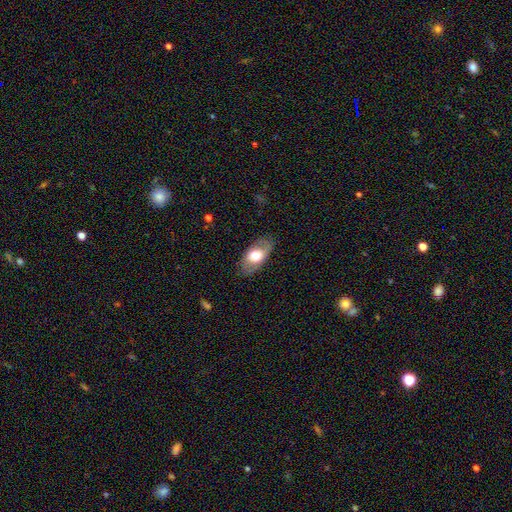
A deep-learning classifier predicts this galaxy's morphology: smooth-or-featured: smooth: 57% | featured or disk: 37% | star or artifact: 6%
  how-rounded: in between: 92% | round: 5% | cigar-shaped: 3%
  merging: none: 82% | minor disturbance: 13% | major disturbance: 4% | merger: 1%